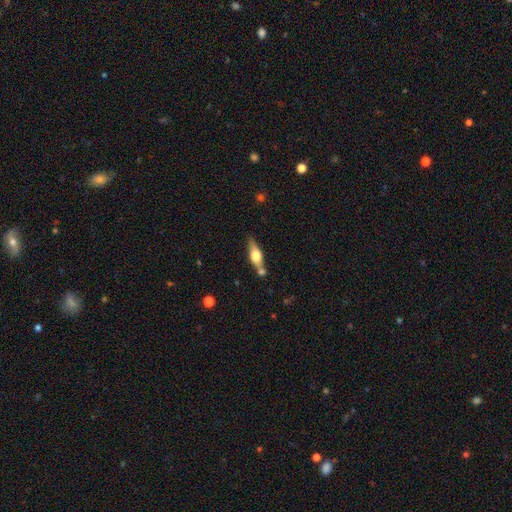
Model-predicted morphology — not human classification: The model was most divided on "smooth or featured": featured or disk: 48%, smooth: 45%, star or artifact: 7%. More confident: merging — none (64%).